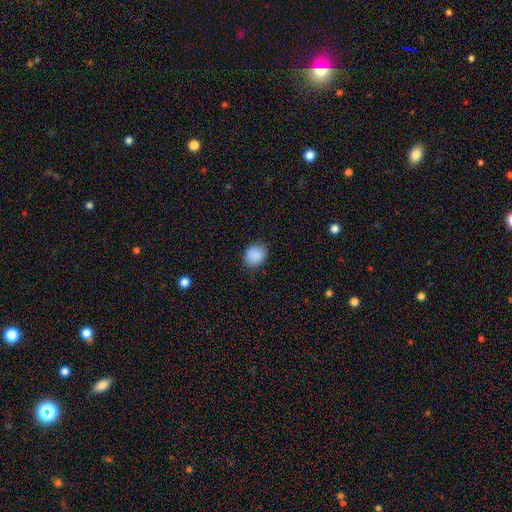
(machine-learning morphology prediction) Smooth or featured: smooth — 88% (star or artifact — 8%)
How rounded: round — 63% (in between — 36%)
Merging: none — 82% (minor disturbance — 14%)